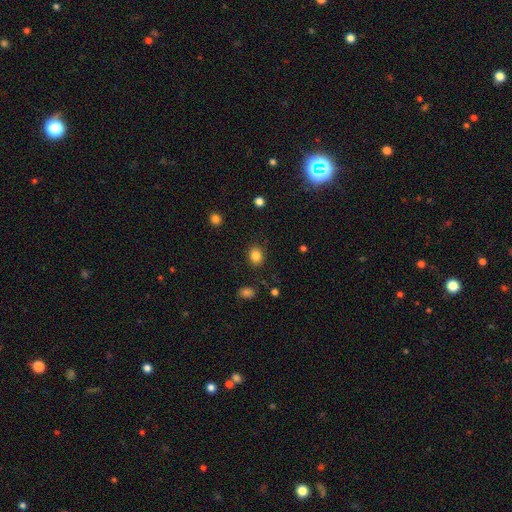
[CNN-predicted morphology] This is clearly a smooth galaxy (84%). How rounded: likely round (64%). Merging: clearly none (87%).